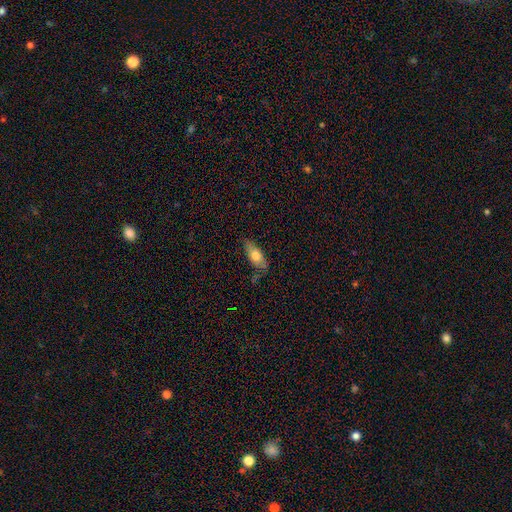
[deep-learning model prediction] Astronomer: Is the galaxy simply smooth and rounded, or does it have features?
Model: smooth — 69%.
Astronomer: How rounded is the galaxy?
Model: in between — 73%.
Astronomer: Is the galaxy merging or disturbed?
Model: none — 69%.